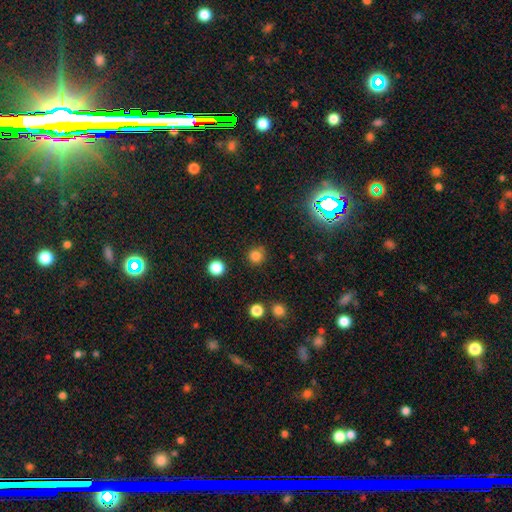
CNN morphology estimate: Overall: smooth (78%). How rounded: round (93%). Merging: none (83%).